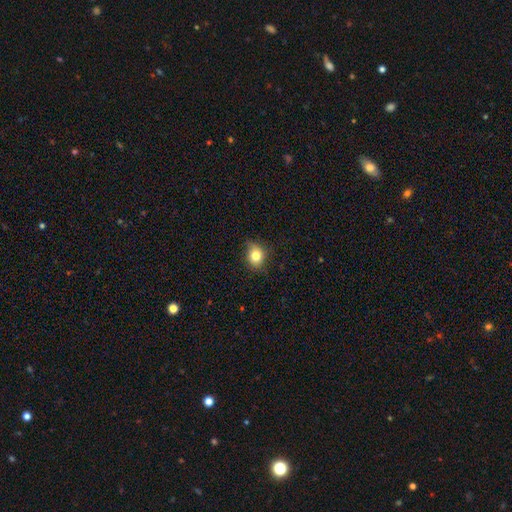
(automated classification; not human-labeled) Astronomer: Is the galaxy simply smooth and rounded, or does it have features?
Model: smooth — 81%.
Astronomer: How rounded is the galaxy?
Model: round — 63%.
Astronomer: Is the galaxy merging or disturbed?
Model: none — 79%.